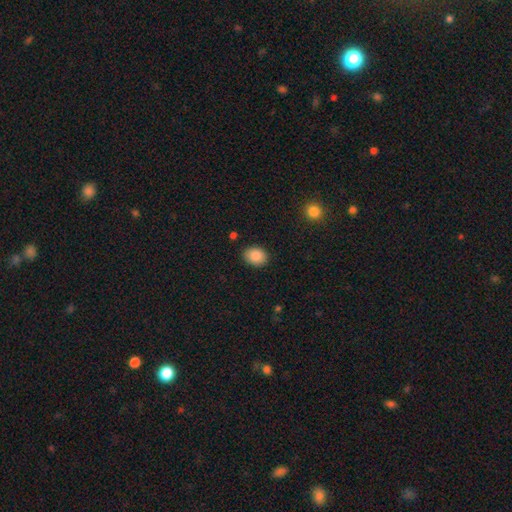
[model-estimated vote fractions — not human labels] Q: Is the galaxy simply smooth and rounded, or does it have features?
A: smooth — 88%.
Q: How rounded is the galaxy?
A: in between — 66%.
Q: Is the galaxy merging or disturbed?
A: none — 87%.